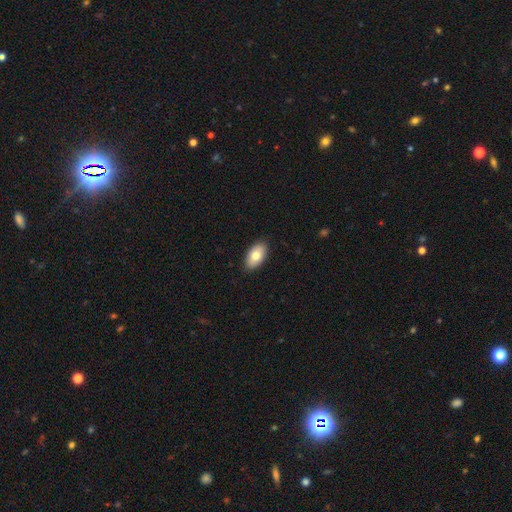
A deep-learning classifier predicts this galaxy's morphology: Q: Smooth or featured?
A: smooth (78%); runner-up: featured or disk (16%)
Q: How rounded?
A: in between (94%); runner-up: round (4%)
Q: Merging?
A: none (89%); runner-up: minor disturbance (8%)